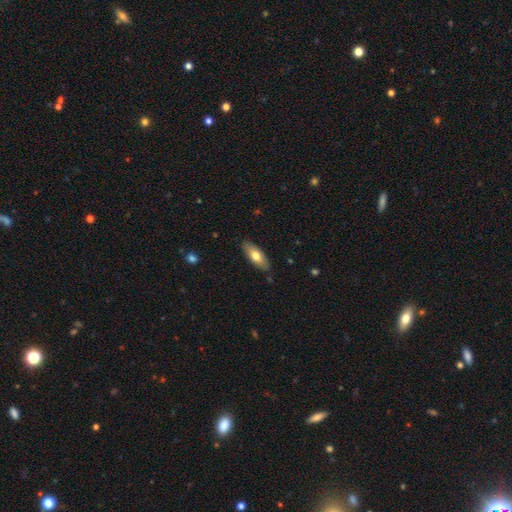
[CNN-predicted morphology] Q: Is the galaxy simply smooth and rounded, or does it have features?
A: smooth — 69%.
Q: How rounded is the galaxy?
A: in between — 76%.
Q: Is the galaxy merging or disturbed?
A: none — 86%.